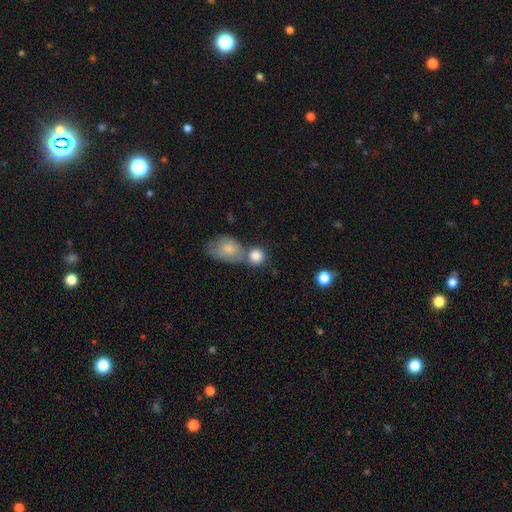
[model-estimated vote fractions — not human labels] smooth-or-featured: smooth: 84% | featured or disk: 8% | star or artifact: 8%
  how-rounded: round: 79% | in between: 19% | cigar-shaped: 1%
  merging: none: 44% | merger: 40% | minor disturbance: 10% | major disturbance: 5%